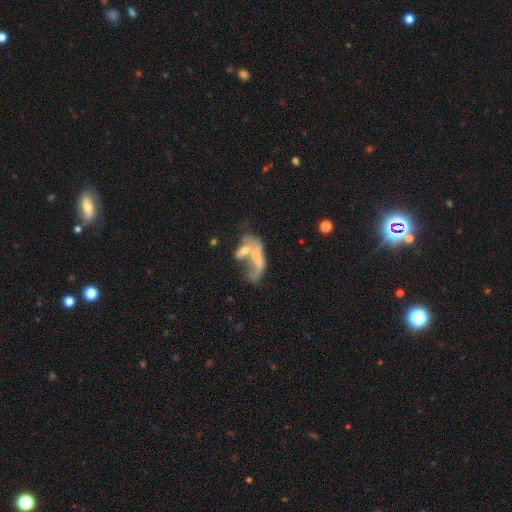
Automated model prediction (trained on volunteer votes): Morphology: type=featured or disk (56%); edge-on=no (93%); bar=no (78%); spiral arms=no (71%); bulge=small (40%); merging=merger (62%).